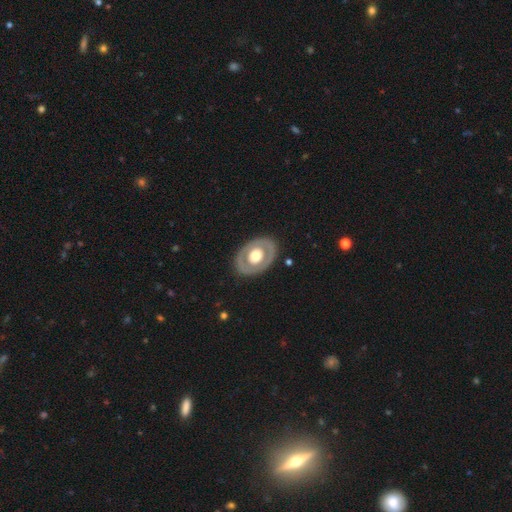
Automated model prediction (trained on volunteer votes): Smooth or featured? featured or disk (57%)
Edge-on disk? no (91%)
Bar? no (90%)
Spiral arms? no (91%)
Bulge size? moderate (47%)
Merging? none (84%)